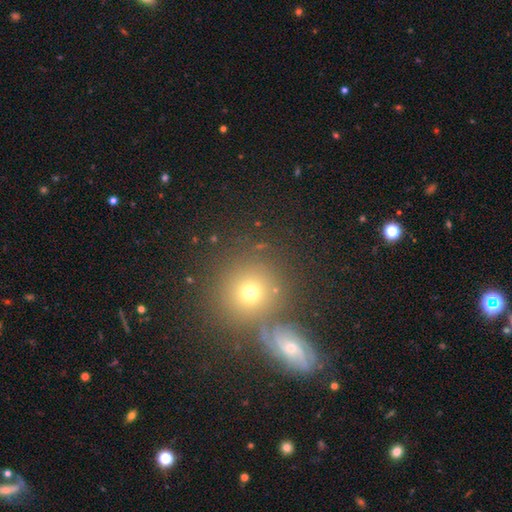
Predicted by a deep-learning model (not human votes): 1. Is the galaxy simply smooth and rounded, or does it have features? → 53% smooth, 33% star or artifact, 15% featured or disk.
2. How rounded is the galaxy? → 84% round, 14% in between, 2% cigar-shaped.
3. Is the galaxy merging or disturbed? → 58% none, 31% merger, 7% minor disturbance, 3% major disturbance.